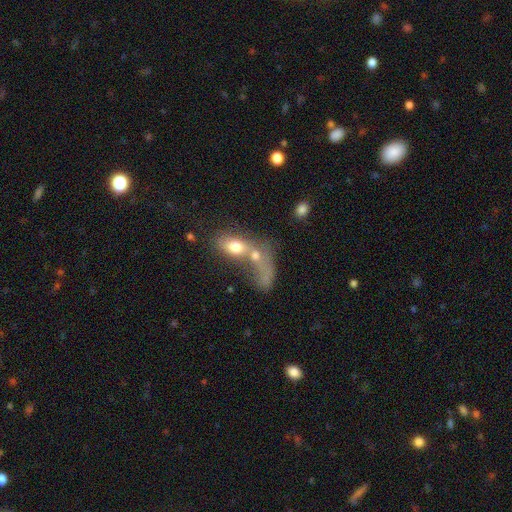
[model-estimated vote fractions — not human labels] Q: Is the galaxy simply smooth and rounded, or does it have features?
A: smooth — 50%.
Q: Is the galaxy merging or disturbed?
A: merger — 62%.